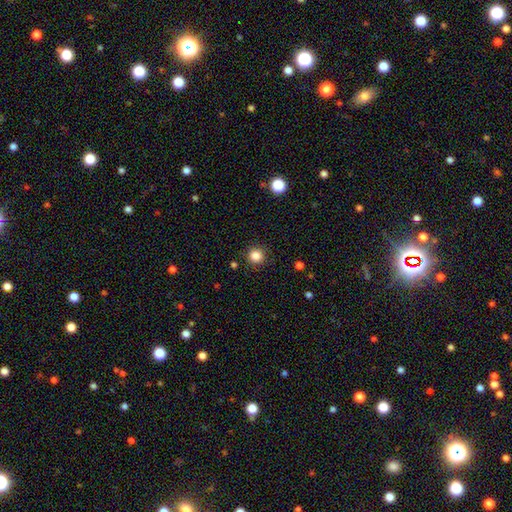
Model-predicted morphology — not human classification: Smooth or featured: smooth — 85% (star or artifact — 11%)
How rounded: round — 94% (in between — 5%)
Merging: none — 89% (minor disturbance — 7%)